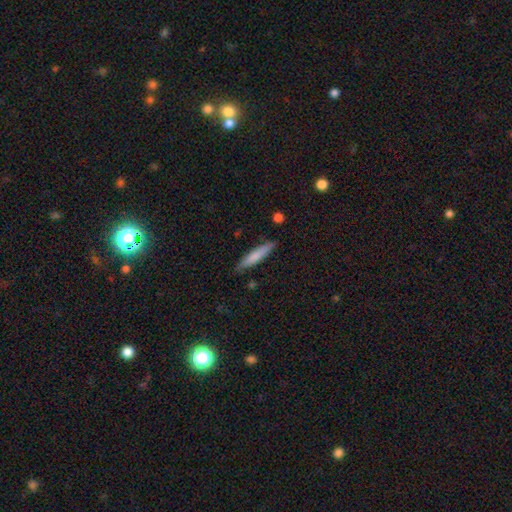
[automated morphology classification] Smooth or featured? Predicted: smooth (p=0.74). How rounded? Predicted: cigar-shaped (p=0.89). Merging? Predicted: none (p=0.86).